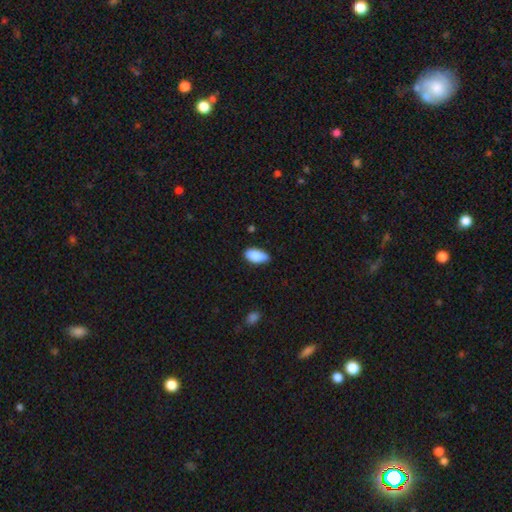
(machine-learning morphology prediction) type=smooth (88%); roundness=in between (92%); merging=none (75%).